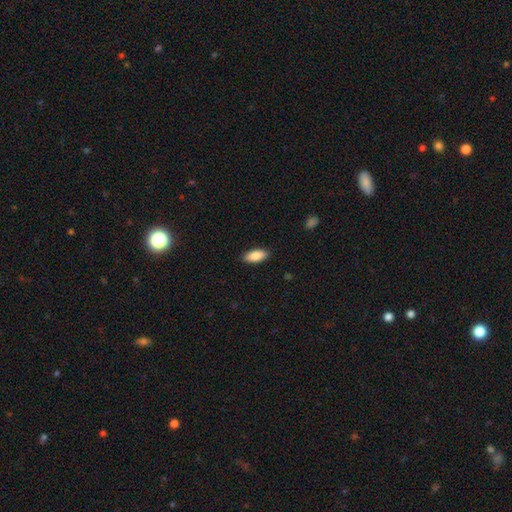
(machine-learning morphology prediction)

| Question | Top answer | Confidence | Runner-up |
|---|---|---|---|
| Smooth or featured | smooth | 86% | featured or disk (8%) |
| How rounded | in between | 85% | cigar-shaped (13%) |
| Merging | none | 89% | minor disturbance (8%) |